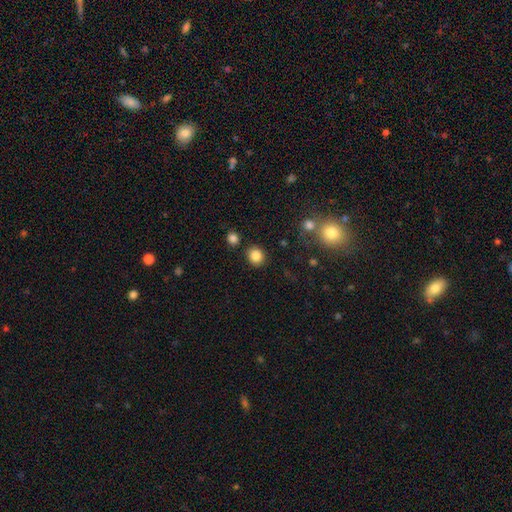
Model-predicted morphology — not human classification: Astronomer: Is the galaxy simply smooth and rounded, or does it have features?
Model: smooth — 85%.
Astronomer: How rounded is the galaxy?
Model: round — 82%.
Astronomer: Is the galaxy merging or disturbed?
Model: none — 86%.